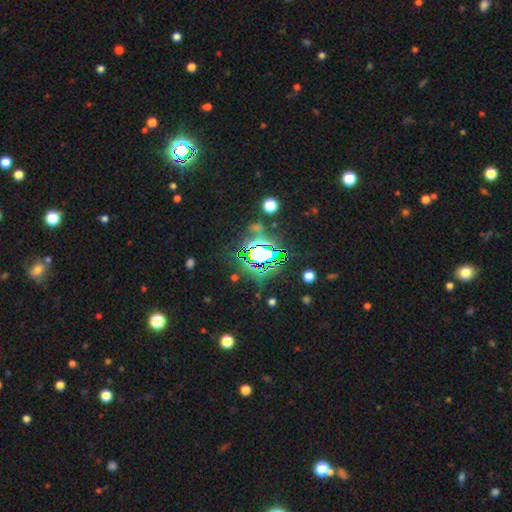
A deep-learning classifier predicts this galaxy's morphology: A star or artifact, not a galaxy (83%).